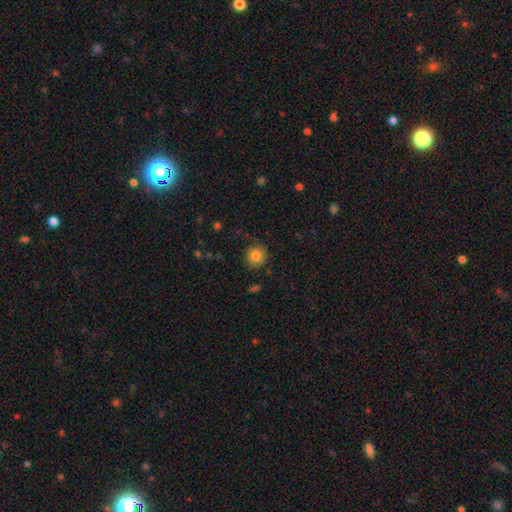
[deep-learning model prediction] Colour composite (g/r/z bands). It shows a smooth galaxy with no disk features (81%) that is round (93%). Merging: none (87%).